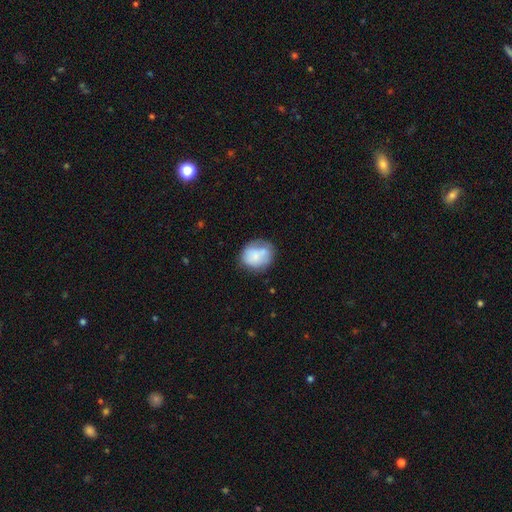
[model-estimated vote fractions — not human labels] A smooth galaxy with no disk features (70%) that is round (59%).

Vote fractions:
- Smooth or featured? smooth: 70% / featured or disk: 22% / star or artifact: 8%
- How rounded? round: 59% / in between: 40% / cigar-shaped: 1%
- Merging? none: 50% / minor disturbance: 27% / merger: 12% / major disturbance: 11%